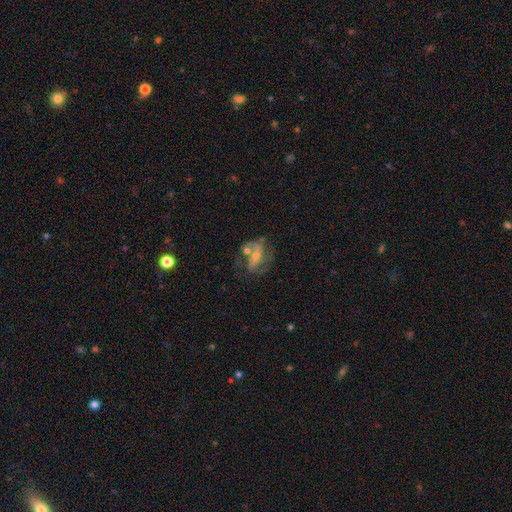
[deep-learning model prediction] smooth_or_featured: featured or disk (p=0.76) [alt: smooth p=0.14]
disk_edge_on: no (p=0.95) [alt: yes p=0.05]
bar: weak (p=0.37) [alt: no p=0.33]
has_spiral_arms: yes (p=0.84) [alt: no p=0.16]
spiral_winding: medium (p=0.43) [alt: loose p=0.36]
spiral_arm_count: 2 (p=0.73) [alt: can't tell p=0.13]
bulge_size: small (p=0.54) [alt: moderate p=0.39]
merging: none (p=0.50) [alt: minor disturbance p=0.18]